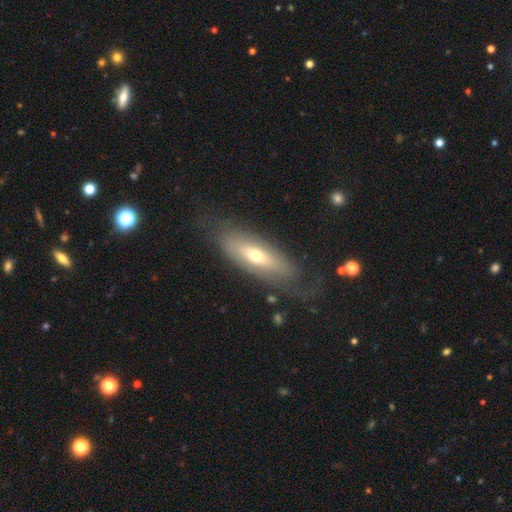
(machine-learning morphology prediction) A smooth galaxy with no disk features (47%).

Vote fractions:
- Smooth or featured? smooth: 47% / featured or disk: 46% / star or artifact: 7%
- Merging? none: 63% / minor disturbance: 19% / major disturbance: 15% / merger: 2%